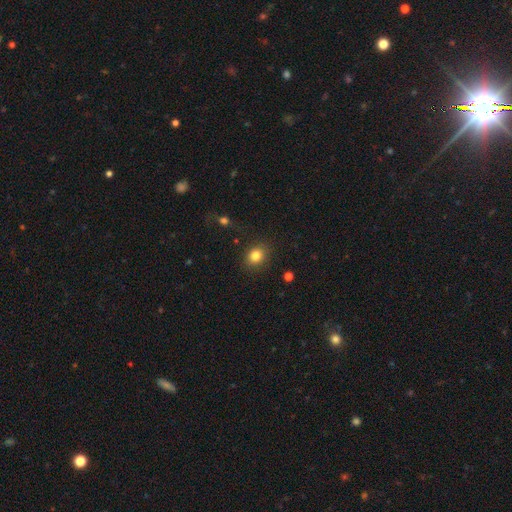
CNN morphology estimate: The model was most divided on "how rounded": round: 59%, in between: 40%, cigar-shaped: 1%. More confident: merging — none (85%); smooth or featured — smooth (83%).